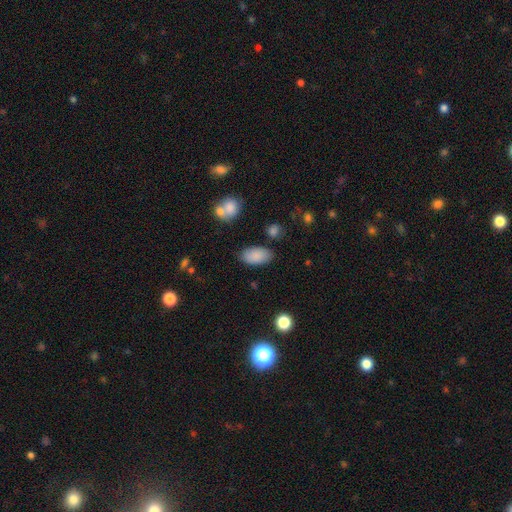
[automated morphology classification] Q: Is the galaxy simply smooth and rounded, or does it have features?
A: smooth — 87%.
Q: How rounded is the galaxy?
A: in between — 94%.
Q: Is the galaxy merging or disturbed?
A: none — 82%.